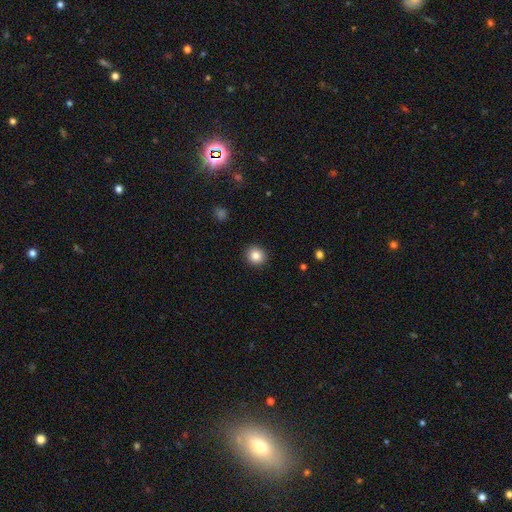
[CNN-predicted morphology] Smooth or featured? Predicted: smooth (p=0.84). How rounded? Predicted: round (p=0.89). Merging? Predicted: none (p=0.92).